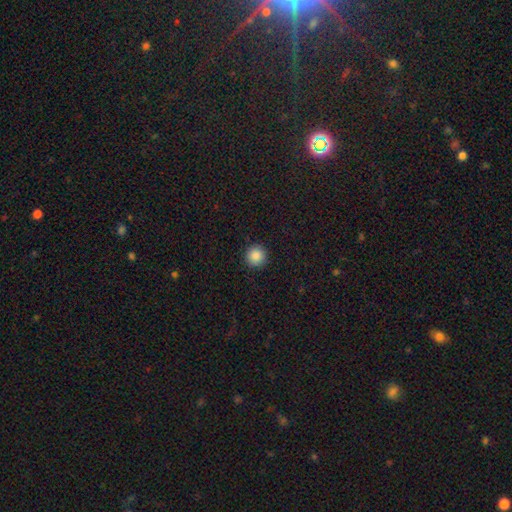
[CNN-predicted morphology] Smooth or featured? Predicted: smooth (p=0.87). How rounded? Predicted: round (p=0.95). Merging? Predicted: none (p=0.92).